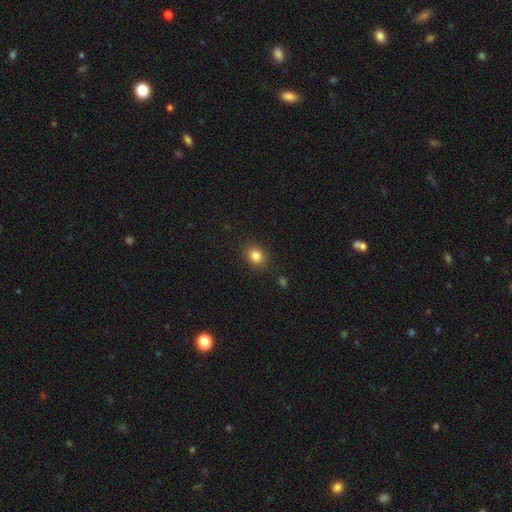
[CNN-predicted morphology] Overall: smooth (84%). How rounded: in between (54%; round 45%). Merging: none (86%).